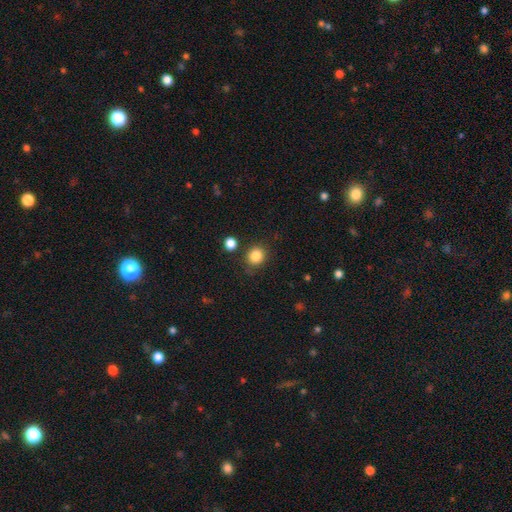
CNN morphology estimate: This is clearly a smooth galaxy (85%). How rounded: clearly round (83%). Merging: clearly none (81%).